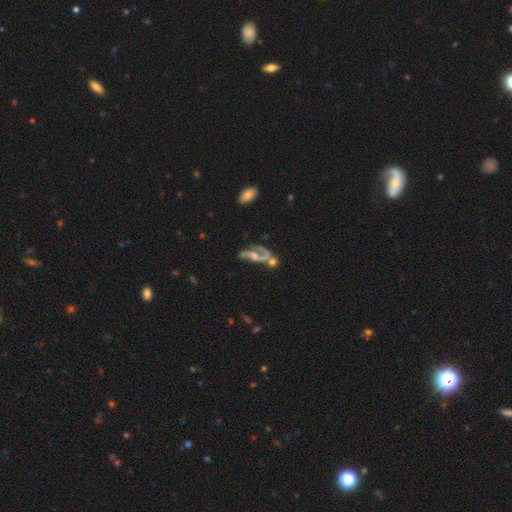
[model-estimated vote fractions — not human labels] Smooth or featured? Predicted: featured or disk (p=0.79). Edge-on disk? Predicted: no (p=0.94). Bar? Predicted: no (p=0.55). Spiral arms? Predicted: yes (p=0.88). Spiral winding? Predicted: loose (p=0.62). Spiral arm count? Predicted: 2 (p=0.74). Bulge size? Predicted: moderate (p=0.36, tied with small). Merging? Predicted: none (p=0.32).